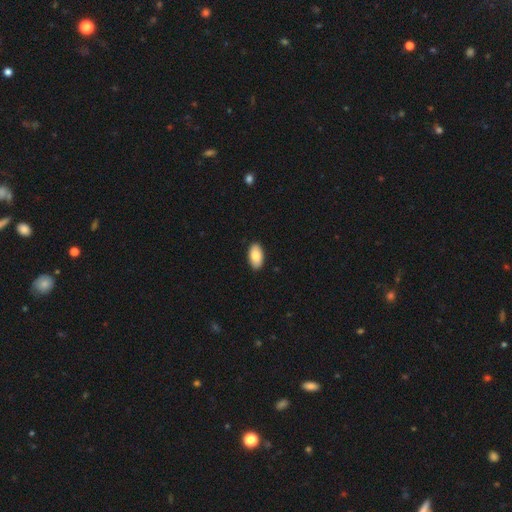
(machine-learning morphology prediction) smooth_or_featured: smooth (p=0.86) [alt: featured or disk p=0.08]
how_rounded: in between (p=0.95) [alt: round p=0.03]
merging: none (p=0.90) [alt: minor disturbance p=0.08]